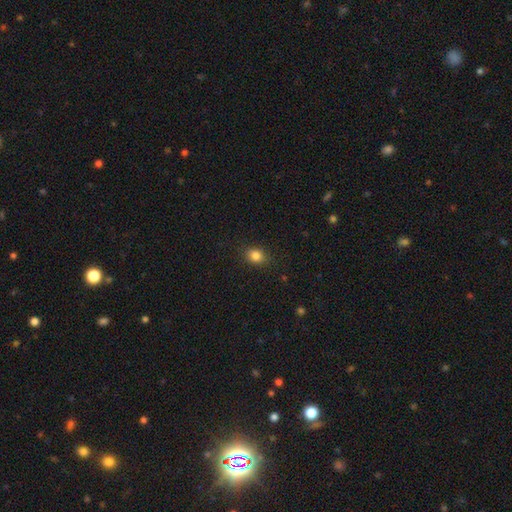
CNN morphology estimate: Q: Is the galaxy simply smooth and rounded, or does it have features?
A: smooth — 84%.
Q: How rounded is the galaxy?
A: round — 50%.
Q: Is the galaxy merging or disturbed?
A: none — 87%.